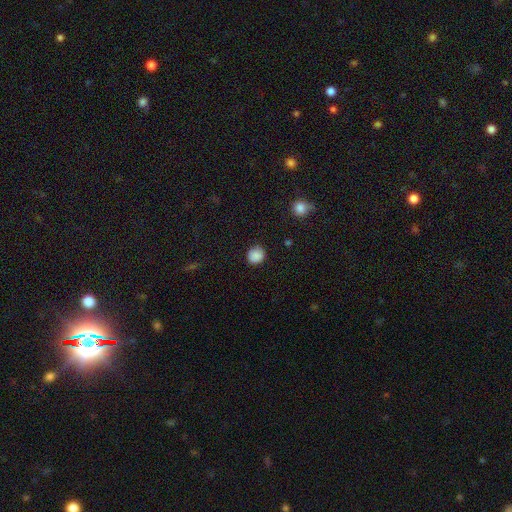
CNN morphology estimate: Smooth or featured: smooth — 88% (star or artifact — 9%)
How rounded: round — 86% (in between — 13%)
Merging: none — 87% (minor disturbance — 9%)